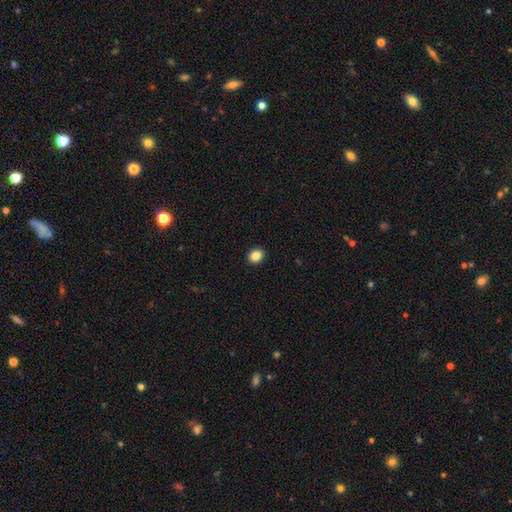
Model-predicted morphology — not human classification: This appears to be a smooth galaxy with no disk features (86%) that is round (54%). Merging: none (92%).